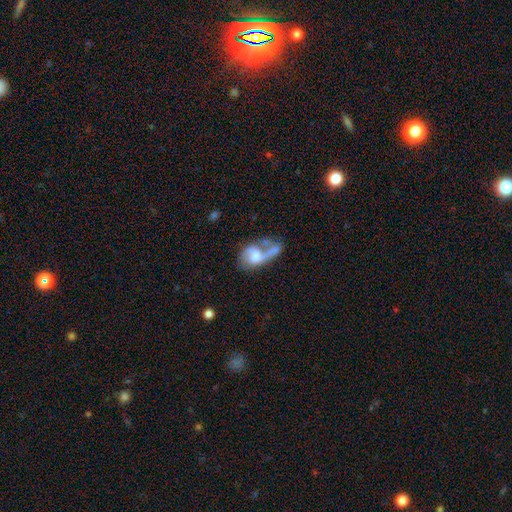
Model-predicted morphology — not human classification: Q: Smooth or featured?
A: featured or disk (63%); runner-up: smooth (29%)
Q: Edge-on disk?
A: no (96%); runner-up: yes (4%)
Q: Bar?
A: no (55%); runner-up: weak (36%)
Q: Spiral arms?
A: yes (73%); runner-up: no (27%)
Q: Bulge size?
A: moderate (37%); runner-up: small (22%)
Q: Merging?
A: major disturbance (36%); runner-up: merger (27%)